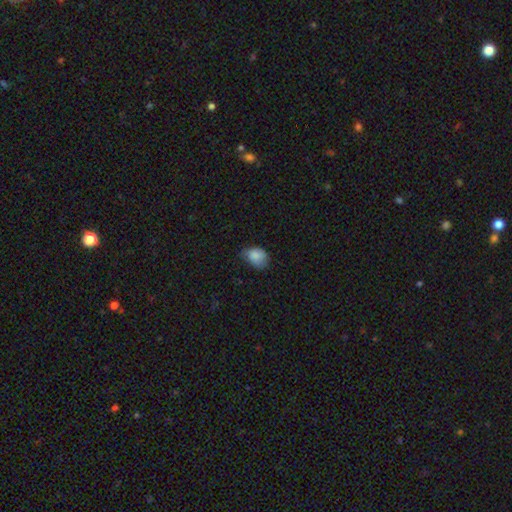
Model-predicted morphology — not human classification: Smooth or featured: smooth — 82% (featured or disk — 10%)
How rounded: in between — 70% (round — 29%)
Merging: none — 48% (minor disturbance — 39%)